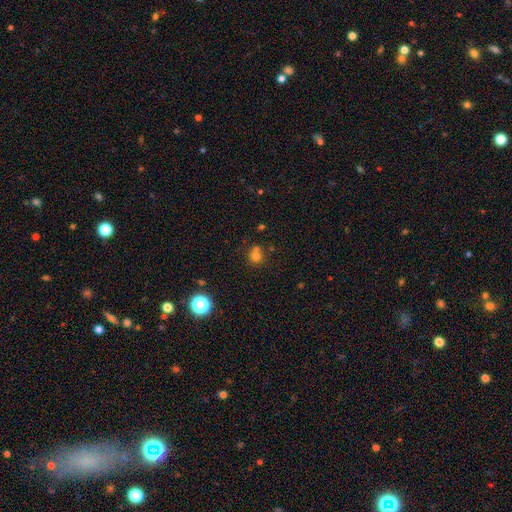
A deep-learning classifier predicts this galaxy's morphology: smooth-or-featured: smooth: 70% | star or artifact: 19% | featured or disk: 11%
  how-rounded: round: 86% | in between: 13% | cigar-shaped: 1%
  merging: none: 55% | merger: 31% | minor disturbance: 10% | major disturbance: 4%